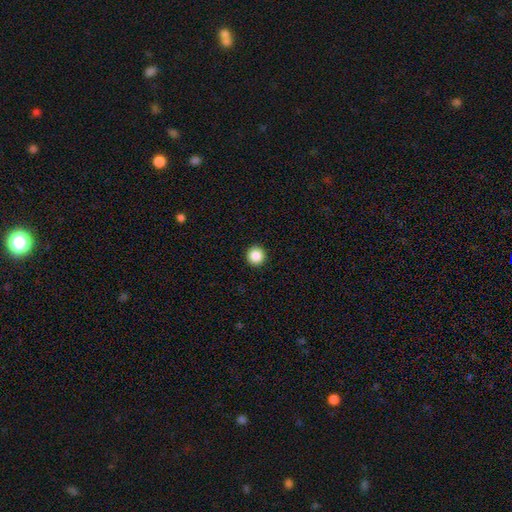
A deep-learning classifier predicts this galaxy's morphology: The model was most divided on "smooth or featured": smooth: 86%, star or artifact: 10%, featured or disk: 4%. More confident: how rounded — round (96%); merging — none (94%).